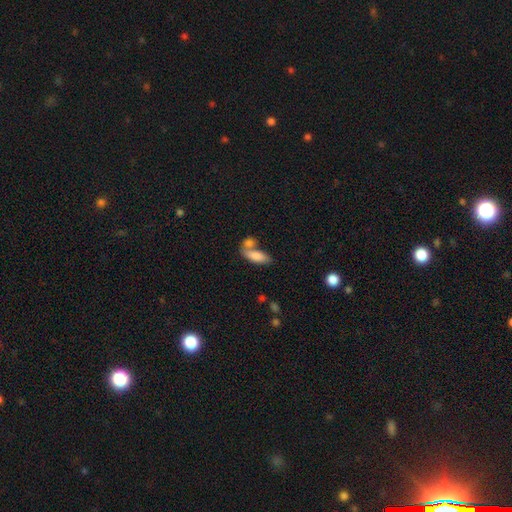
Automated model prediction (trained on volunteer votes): The model was most divided on "merging": merger: 44%, none: 39%, minor disturbance: 11%, major disturbance: 5%. More confident: smooth or featured — smooth (80%); how rounded — in between (74%).